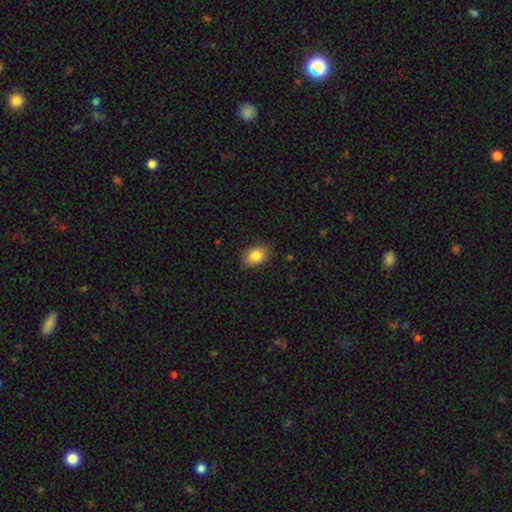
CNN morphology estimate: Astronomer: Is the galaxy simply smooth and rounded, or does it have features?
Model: smooth — 86%.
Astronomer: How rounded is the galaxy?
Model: in between — 75%.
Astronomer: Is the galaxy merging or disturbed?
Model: none — 84%.